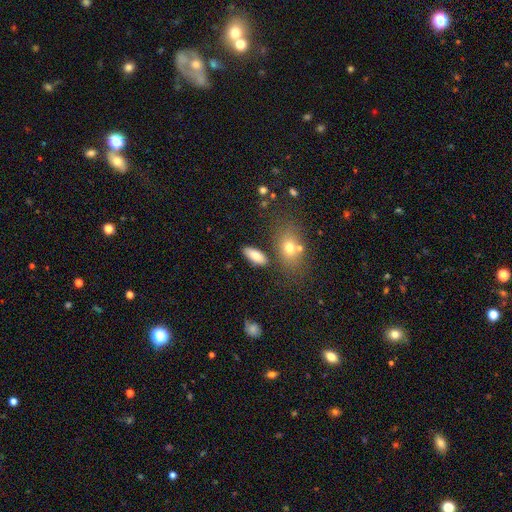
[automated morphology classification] smooth-or-featured: smooth: 80% | featured or disk: 11% | star or artifact: 9%
  how-rounded: in between: 80% | cigar-shaped: 16% | round: 4%
  merging: none: 79% | minor disturbance: 11% | merger: 6% | major disturbance: 4%